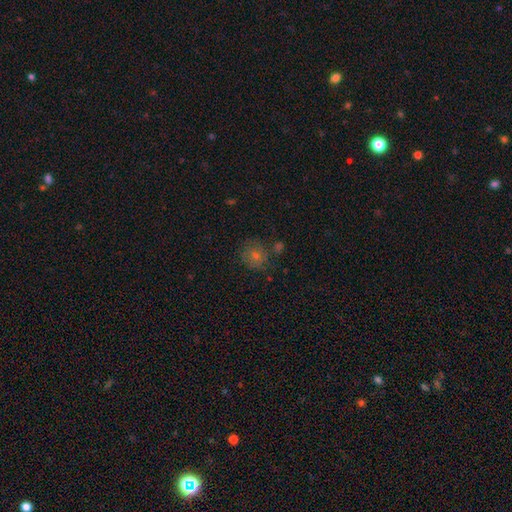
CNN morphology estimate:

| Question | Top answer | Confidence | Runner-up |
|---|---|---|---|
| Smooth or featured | smooth | 56% | star or artifact (24%) |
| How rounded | round | 88% | in between (11%) |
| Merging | none | 78% | minor disturbance (12%) |